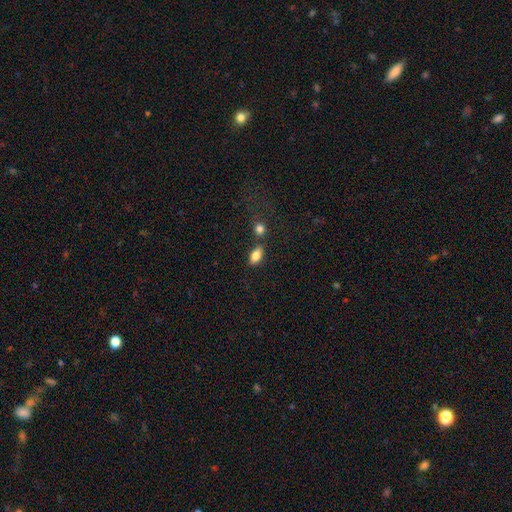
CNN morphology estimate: smooth 81%, featured or disk 10%, star or artifact 8%. Down the decision tree: how rounded — in between (88%); merging — none (72%).